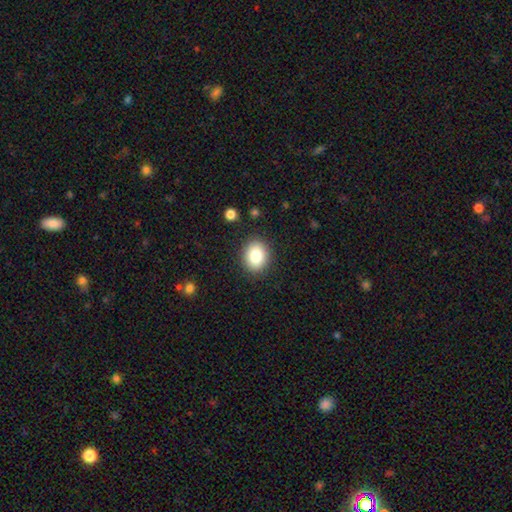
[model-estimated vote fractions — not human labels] smooth-or-featured: smooth: 84% | star or artifact: 9% | featured or disk: 7%
  how-rounded: round: 53% | in between: 46% | cigar-shaped: 1%
  merging: none: 88% | minor disturbance: 8% | major disturbance: 3% | merger: 1%